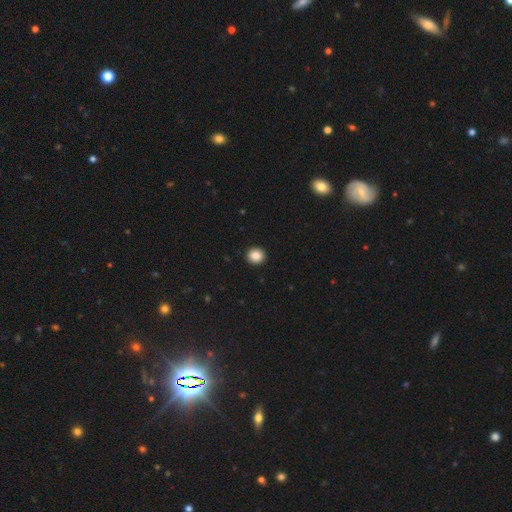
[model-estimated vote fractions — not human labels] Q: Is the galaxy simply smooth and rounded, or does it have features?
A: smooth — 88%.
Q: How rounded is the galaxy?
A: round — 87%.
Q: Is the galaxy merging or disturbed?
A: none — 93%.